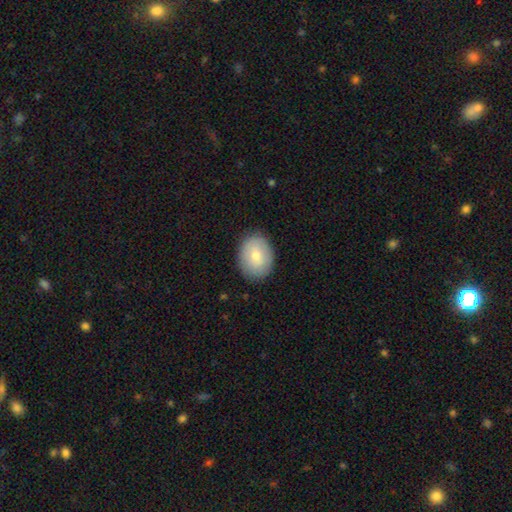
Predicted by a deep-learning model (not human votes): This appears to be a smooth galaxy with no disk features (71%) that is in between round and cigar-shaped (54%). Merging: none (85%).